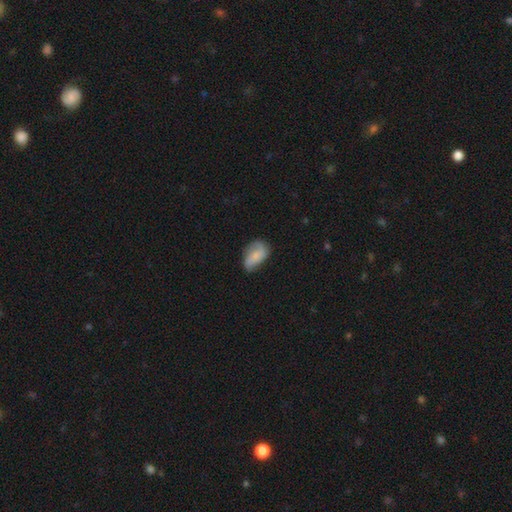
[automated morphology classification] Smooth or featured? Predicted: smooth (p=0.57). How rounded? Predicted: in between (p=0.88). Merging? Predicted: none (p=0.54).